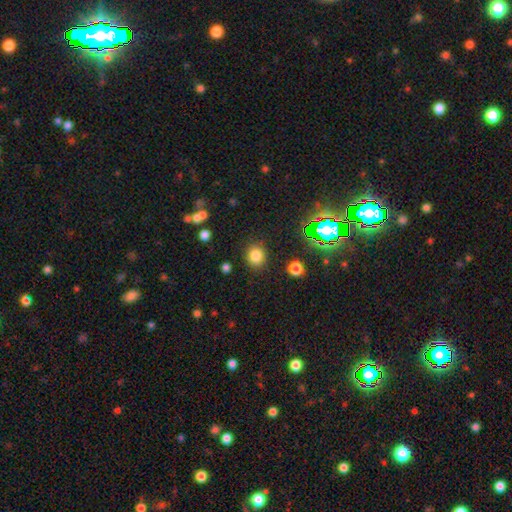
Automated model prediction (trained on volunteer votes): Morphology: type=smooth (78%); roundness=round (81%); merging=none (86%).